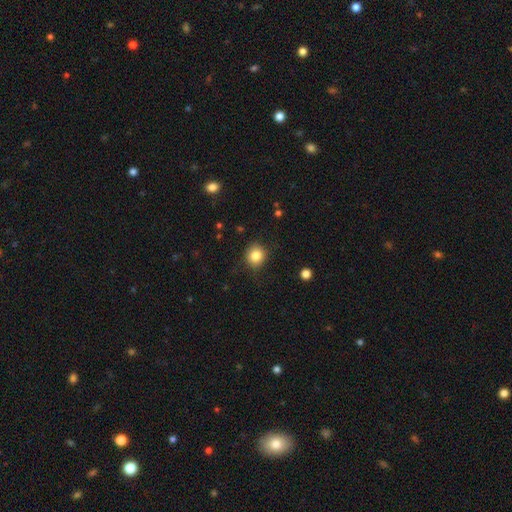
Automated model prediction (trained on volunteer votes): A smooth galaxy with no disk features (83%) that is round (85%). Merging: none (86%).